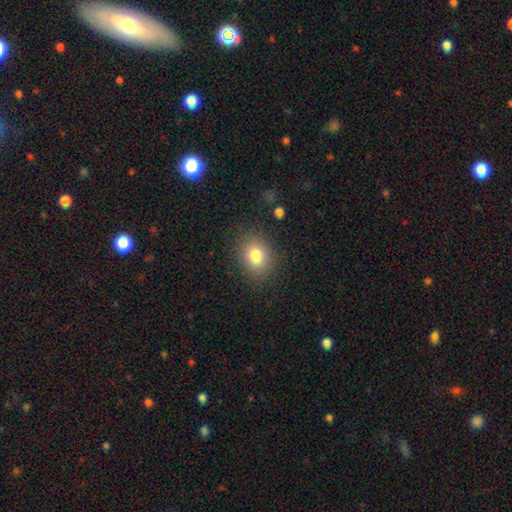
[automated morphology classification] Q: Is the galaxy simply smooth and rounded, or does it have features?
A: smooth — 79%.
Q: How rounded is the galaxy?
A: round — 55%.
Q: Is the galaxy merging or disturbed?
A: none — 86%.